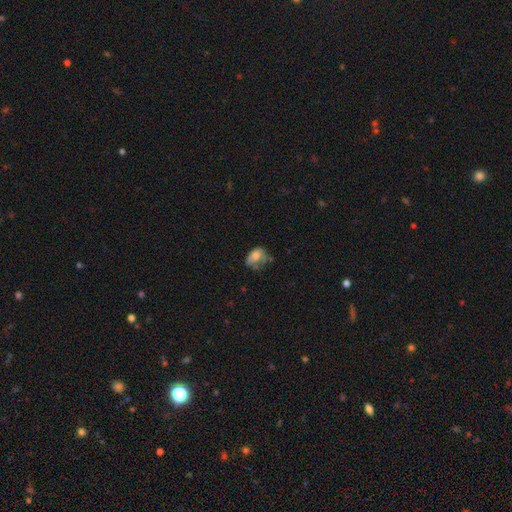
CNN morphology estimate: Smooth or featured? smooth (66%)
How rounded? in between (78%)
Merging? minor disturbance (35%)